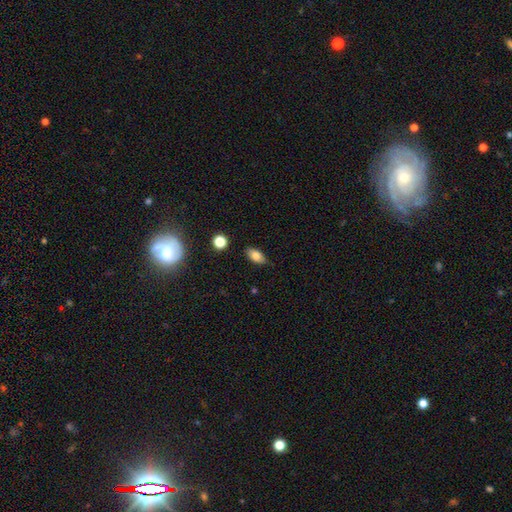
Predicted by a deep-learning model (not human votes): Smooth or featured: smooth — 80% (featured or disk — 10%)
How rounded: in between — 89% (round — 6%)
Merging: none — 84% (minor disturbance — 12%)